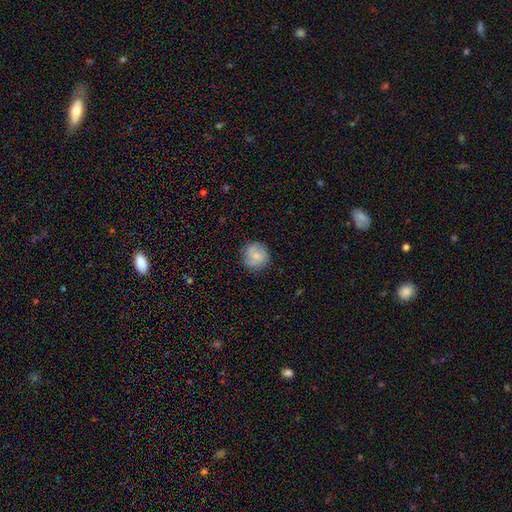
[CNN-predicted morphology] smooth-or-featured: smooth: 72% | featured or disk: 20% | star or artifact: 8%
  how-rounded: round: 91% | in between: 8% | cigar-shaped: 1%
  merging: none: 80% | minor disturbance: 15% | major disturbance: 4% | merger: 1%